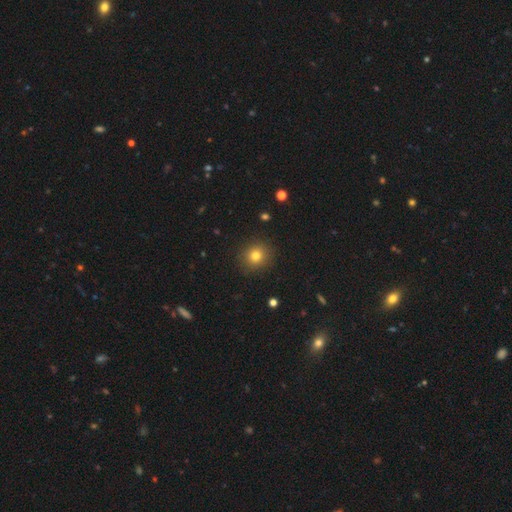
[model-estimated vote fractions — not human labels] A smooth galaxy with no disk features (78%) that is round (87%). Merging: none (90%).